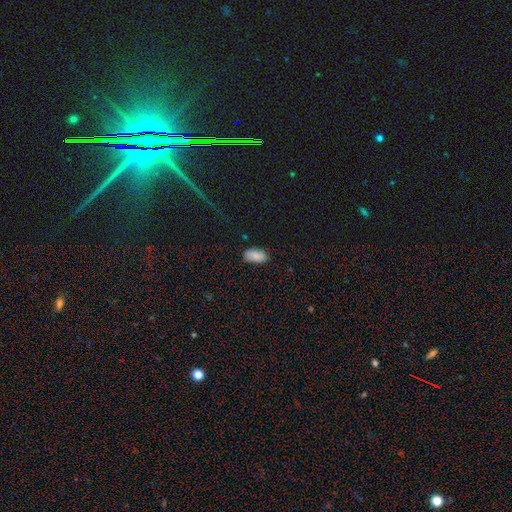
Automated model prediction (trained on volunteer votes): smooth-or-featured: smooth: 85% | star or artifact: 9% | featured or disk: 6%
  how-rounded: in between: 94% | round: 3% | cigar-shaped: 3%
  merging: none: 76% | minor disturbance: 19% | major disturbance: 3% | merger: 2%